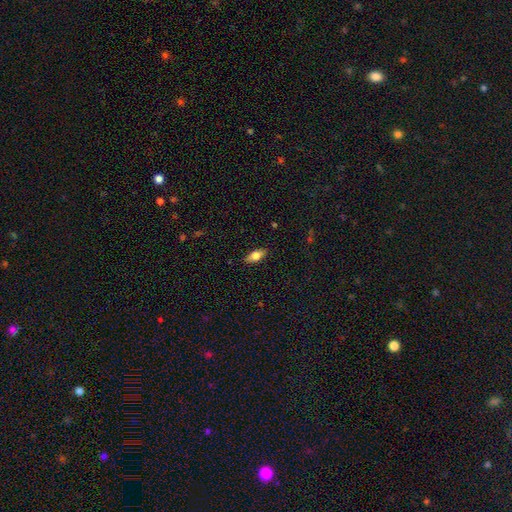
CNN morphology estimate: smooth-or-featured: smooth: 71% | featured or disk: 22% | star or artifact: 7%
  how-rounded: in between: 81% | cigar-shaped: 15% | round: 3%
  merging: none: 87% | minor disturbance: 10% | major disturbance: 2% | merger: 1%